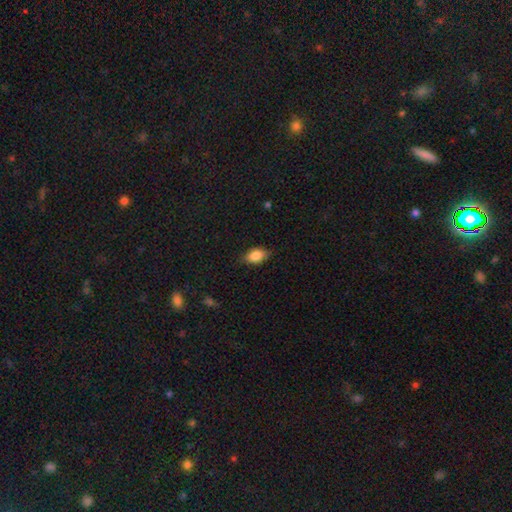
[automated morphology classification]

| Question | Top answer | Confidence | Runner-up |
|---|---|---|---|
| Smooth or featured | smooth | 84% | featured or disk (8%) |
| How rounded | in between | 87% | round (10%) |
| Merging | none | 79% | minor disturbance (17%) |